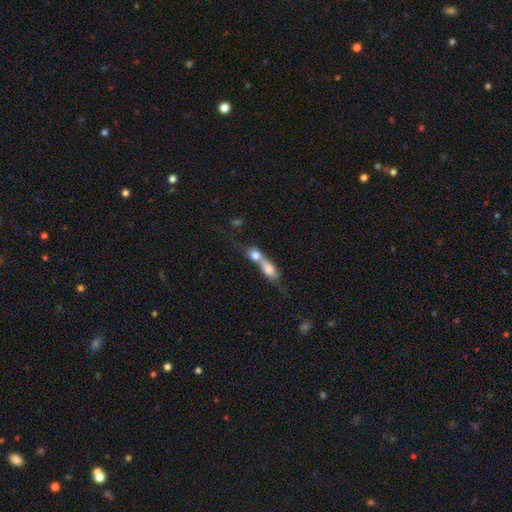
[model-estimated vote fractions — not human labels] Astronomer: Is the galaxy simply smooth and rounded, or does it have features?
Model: smooth — 73%.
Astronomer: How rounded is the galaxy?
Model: in between — 48% (runner-up: round, 37%).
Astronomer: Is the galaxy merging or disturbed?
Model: merger — 78%.